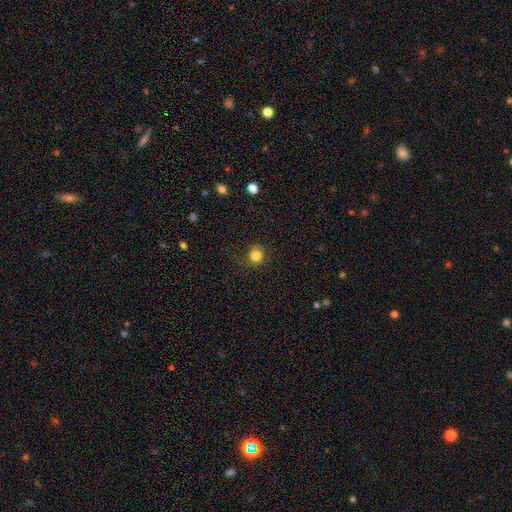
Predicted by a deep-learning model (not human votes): Smooth or featured? smooth (83%)
How rounded? round (85%)
Merging? none (78%)